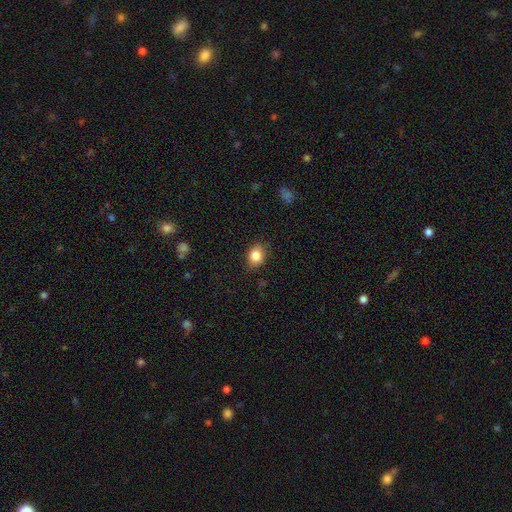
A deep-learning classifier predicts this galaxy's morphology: A smooth galaxy with no disk features (85%) that is in between round and cigar-shaped (54%).

Vote fractions:
- Smooth or featured? smooth: 85% / star or artifact: 9% / featured or disk: 6%
- How rounded? in between: 54% / round: 45% / cigar-shaped: 1%
- Merging? none: 84% / minor disturbance: 12% / major disturbance: 3% / merger: 1%